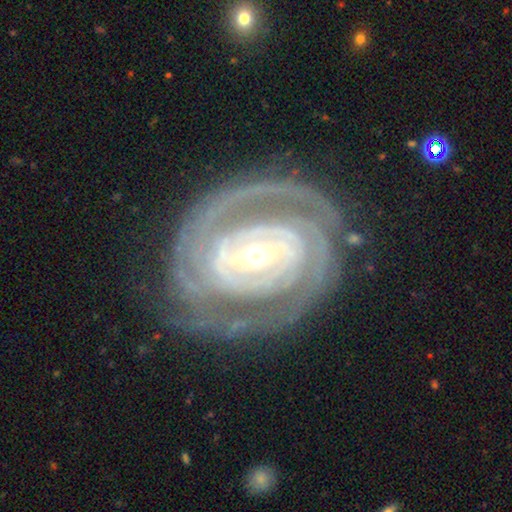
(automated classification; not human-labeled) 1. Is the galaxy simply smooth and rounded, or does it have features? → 90% featured or disk, 6% smooth, 5% star or artifact.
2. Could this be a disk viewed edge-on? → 97% no, 3% yes.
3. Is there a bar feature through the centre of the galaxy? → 45% strong, 35% weak, 21% no.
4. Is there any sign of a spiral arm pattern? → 96% yes, 4% no.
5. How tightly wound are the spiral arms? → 79% tight, 17% medium, 4% loose.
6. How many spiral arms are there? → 42% 2, 22% can't tell, 17% 3, 8% 4, 6% 1, 5% more than 4.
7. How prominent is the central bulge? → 57% small, 38% moderate, 3% large, 1% dominant, 1% none.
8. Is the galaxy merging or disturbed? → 75% none, 16% minor disturbance, 8% major disturbance, 2% merger.